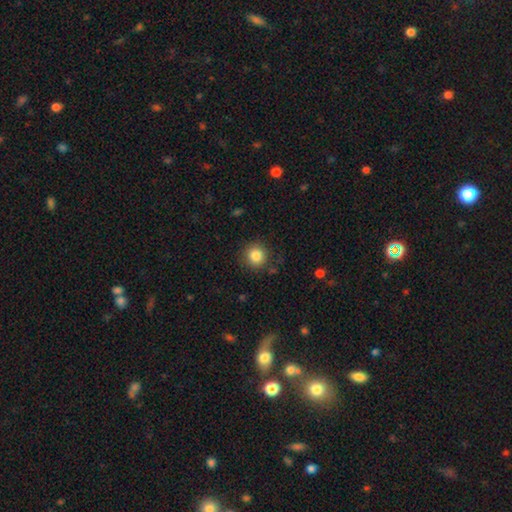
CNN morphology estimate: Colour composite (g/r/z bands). It shows a smooth galaxy with no disk features (84%) that is round (92%). Merging: none (86%).